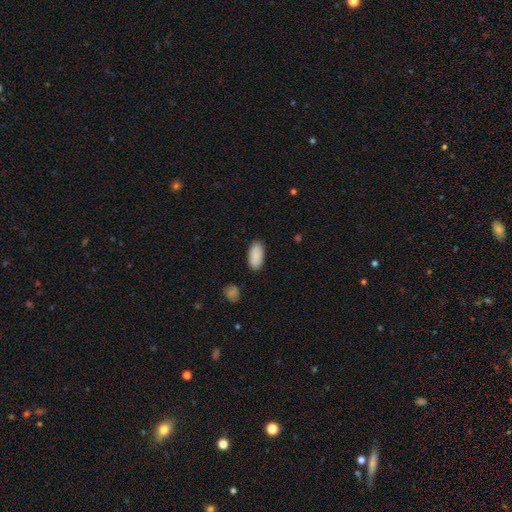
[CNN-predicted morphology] Smooth or featured? smooth (90%)
How rounded? in between (91%)
Merging? none (88%)